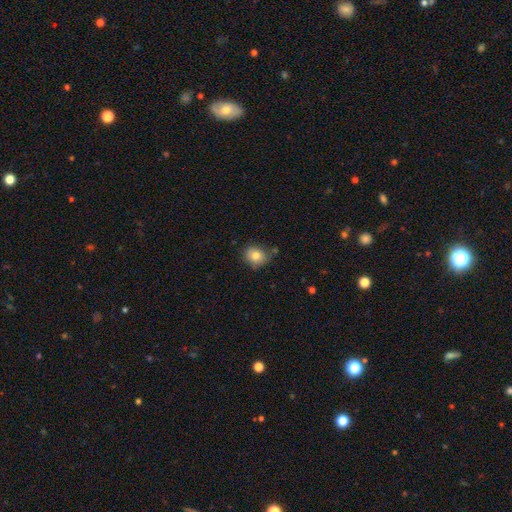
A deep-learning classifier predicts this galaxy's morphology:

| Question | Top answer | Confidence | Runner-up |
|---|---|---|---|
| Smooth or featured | smooth | 78% | featured or disk (12%) |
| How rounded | round | 68% | in between (31%) |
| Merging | none | 69% | minor disturbance (22%) |